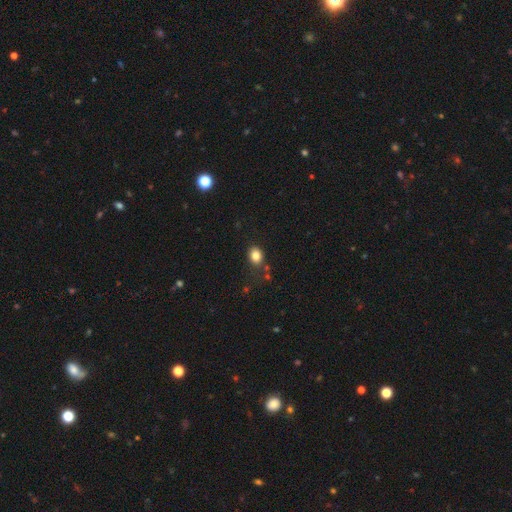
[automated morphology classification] smooth_or_featured: smooth (p=0.83) [alt: star or artifact p=0.11]
how_rounded: in between (p=0.53) [alt: round p=0.46]
merging: none (p=0.77) [alt: minor disturbance p=0.14]